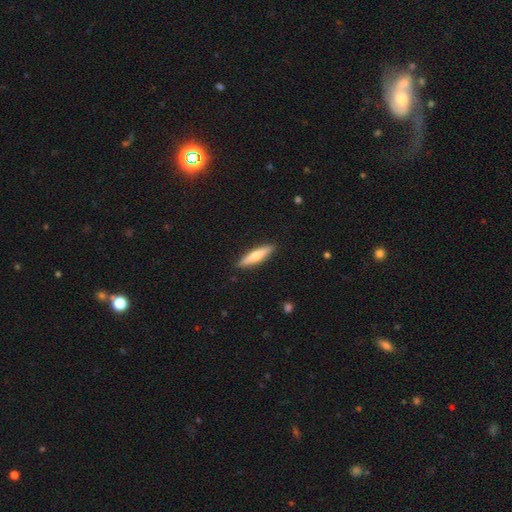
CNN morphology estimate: Smooth or featured? smooth (50%)
How rounded? cigar-shaped (82%)
Merging? none (90%)